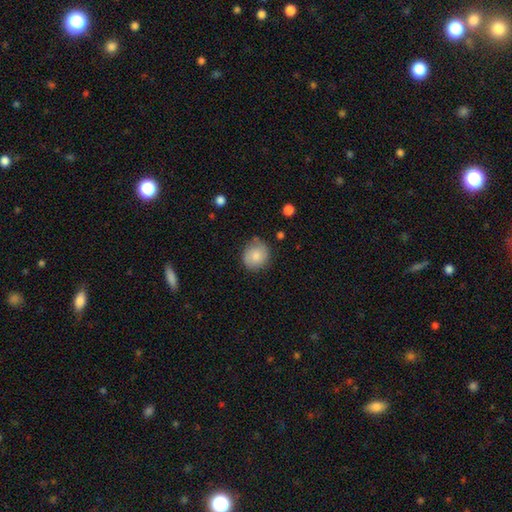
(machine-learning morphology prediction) Overall: smooth (80%). How rounded: round (83%). Merging: none (76%).